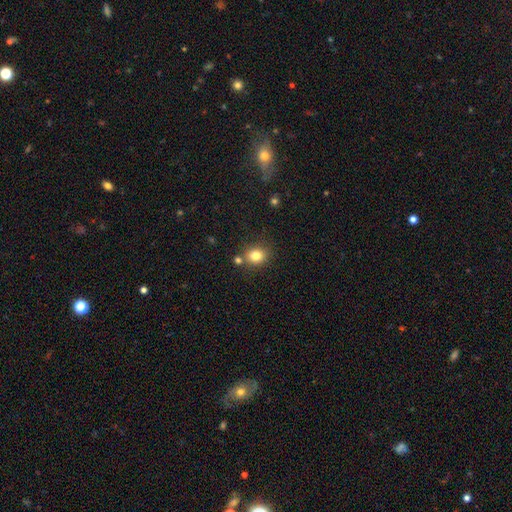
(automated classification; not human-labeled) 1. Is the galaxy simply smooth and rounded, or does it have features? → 81% smooth, 12% star or artifact, 7% featured or disk.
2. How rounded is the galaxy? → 72% round, 27% in between, 1% cigar-shaped.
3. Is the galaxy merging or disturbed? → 74% none, 12% merger, 11% minor disturbance, 3% major disturbance.